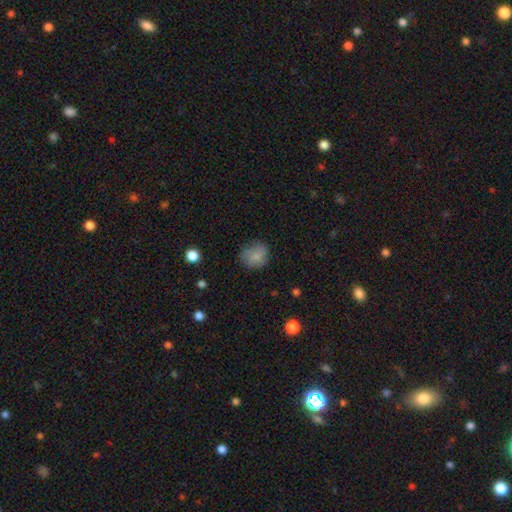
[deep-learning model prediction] Smooth or featured?
  - smooth: 80% *
  - featured or disk: 11%
  - star or artifact: 9%
How rounded?
  - round: 76% *
  - in between: 23%
  - cigar-shaped: 1%
Merging?
  - none: 72% *
  - minor disturbance: 20%
  - major disturbance: 6%
  - merger: 1%